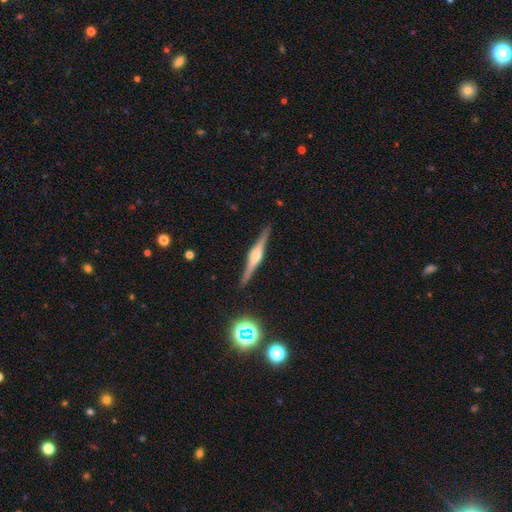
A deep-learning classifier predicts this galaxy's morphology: type=featured or disk (81%); edge-on=yes (98%); edge-on bulge=rounded (85%); merging=none (91%).